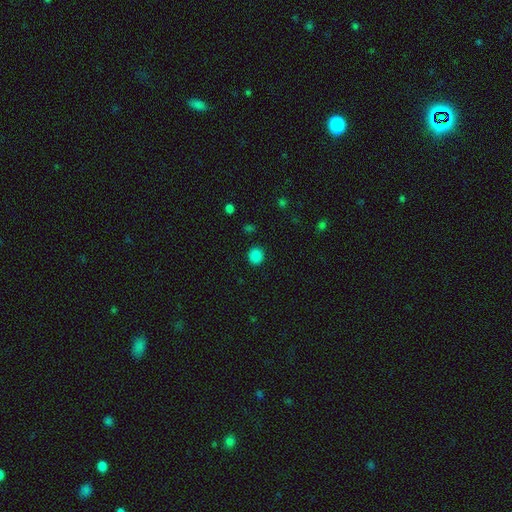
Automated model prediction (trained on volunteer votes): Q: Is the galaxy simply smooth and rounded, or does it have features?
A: smooth — 86%.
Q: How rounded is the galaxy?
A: round — 85%.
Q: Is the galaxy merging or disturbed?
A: none — 90%.